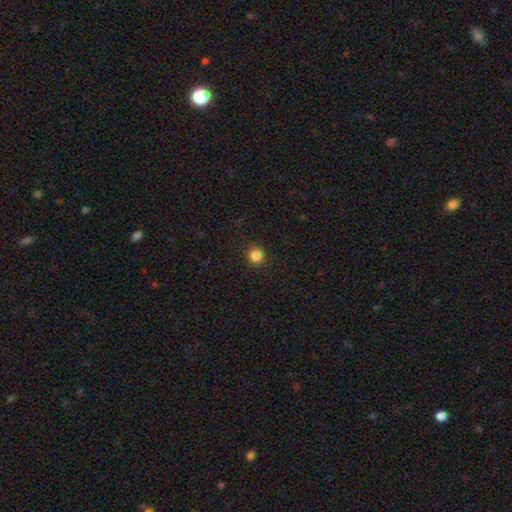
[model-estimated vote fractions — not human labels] smooth-or-featured: smooth: 84% | star or artifact: 11% | featured or disk: 4%
  how-rounded: round: 89% | in between: 10% | cigar-shaped: 1%
  merging: none: 91% | minor disturbance: 6% | major disturbance: 2% | merger: 1%